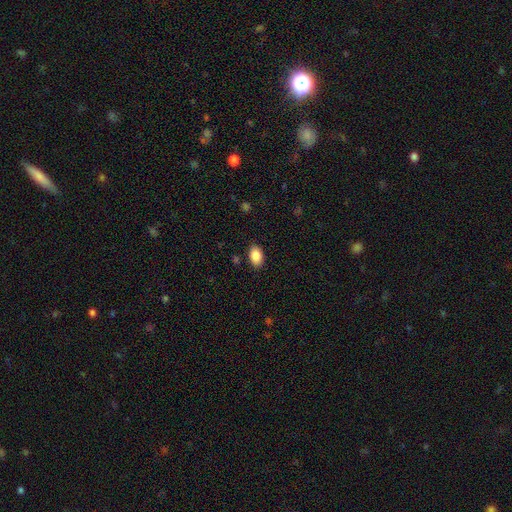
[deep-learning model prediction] This appears to be a smooth galaxy with no disk features (88%) that is in between round and cigar-shaped (90%). Merging: none (87%).